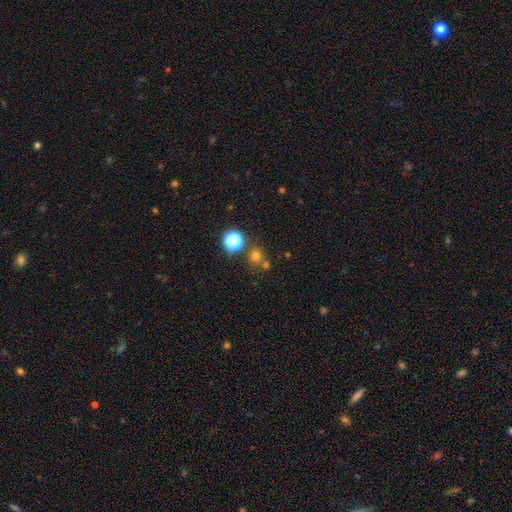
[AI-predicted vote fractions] Smooth or featured: smooth — 68% (star or artifact — 24%)
How rounded: round — 91% (in between — 8%)
Merging: none — 69% (merger — 20%)